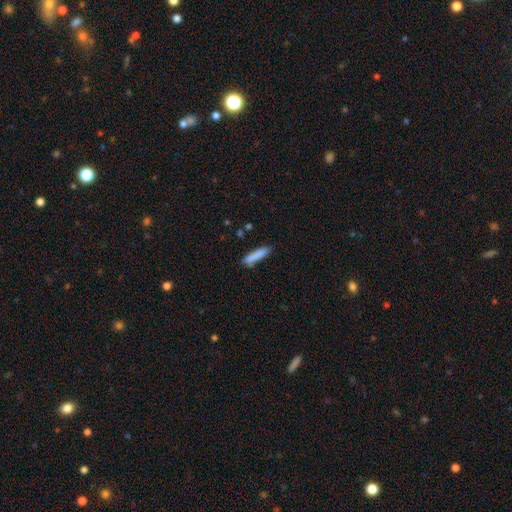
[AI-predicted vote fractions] The model was most divided on "merging": none: 79%, minor disturbance: 14%, merger: 4%, major disturbance: 3%. More confident: smooth or featured — smooth (85%); how rounded — cigar-shaped (85%).